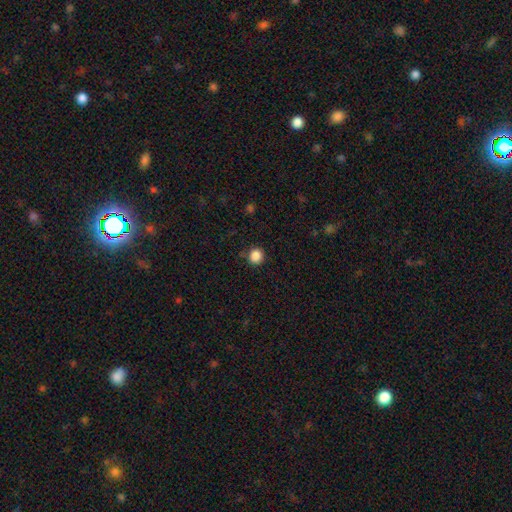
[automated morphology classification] The model was most divided on "smooth or featured": smooth: 86%, star or artifact: 11%, featured or disk: 3%. More confident: how rounded — round (89%); merging — none (86%).